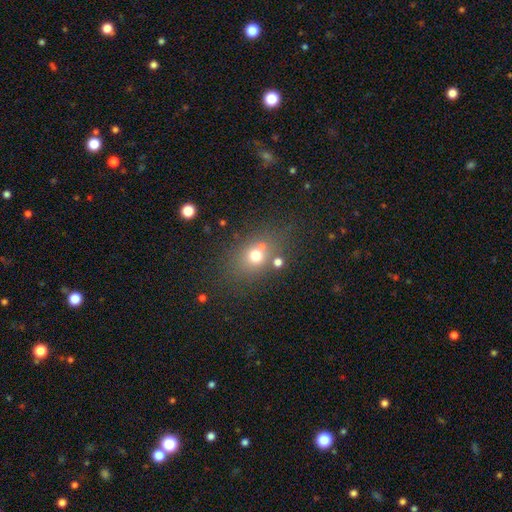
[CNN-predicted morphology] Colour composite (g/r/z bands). It shows a smooth galaxy with no disk features (65%) that is round (59%). Merging: none (61%).